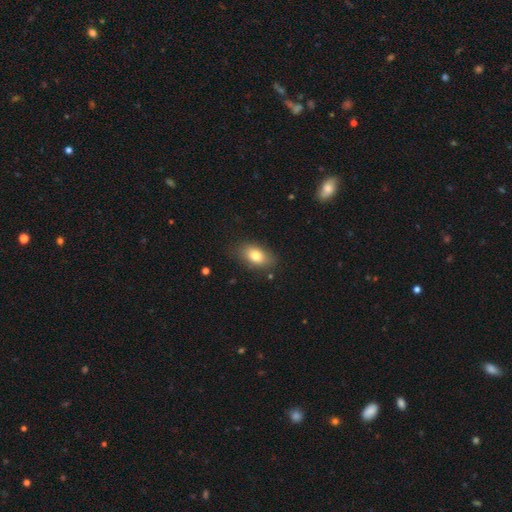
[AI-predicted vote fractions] A smooth galaxy with no disk features (78%) that is in between round and cigar-shaped (88%).

Vote fractions:
- Smooth or featured? smooth: 78% / featured or disk: 13% / star or artifact: 8%
- How rounded? in between: 88% / round: 9% / cigar-shaped: 3%
- Merging? none: 82% / minor disturbance: 14% / major disturbance: 3% / merger: 1%